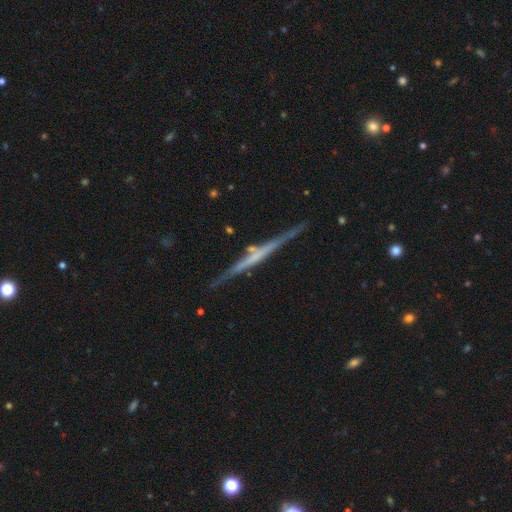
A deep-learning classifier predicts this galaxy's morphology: type=featured or disk (75%); edge-on=yes (98%); edge-on bulge=none (64%); merging=none (84%).